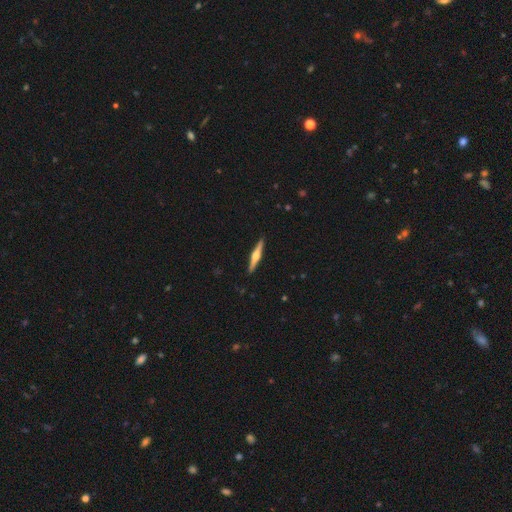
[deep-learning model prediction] Overall: featured or disk (70%). Edge-on disk: yes (98%). Edge-on bulge: rounded (90%). Merging: none (92%).